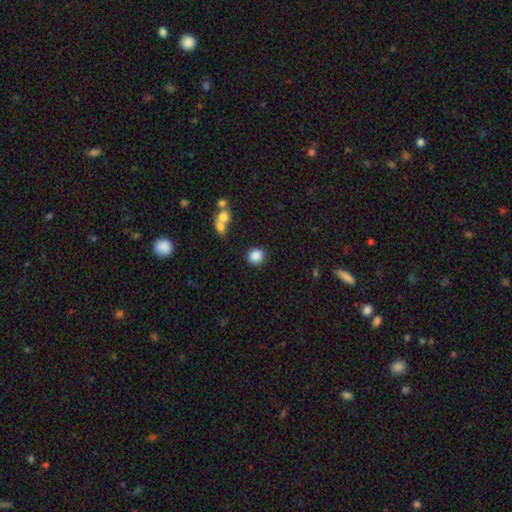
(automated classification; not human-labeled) Smooth or featured: smooth — 87% (star or artifact — 9%)
How rounded: round — 82% (in between — 16%)
Merging: none — 83% (minor disturbance — 9%)